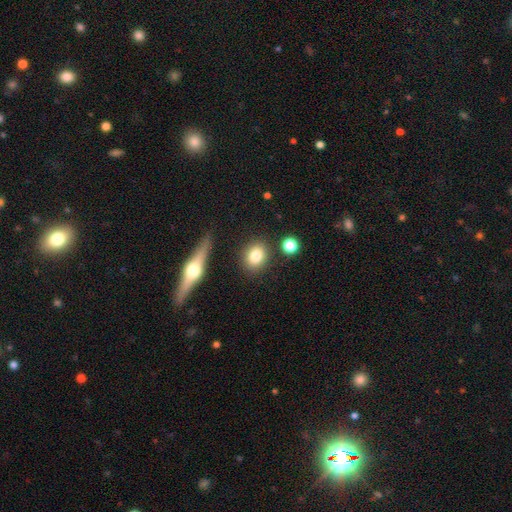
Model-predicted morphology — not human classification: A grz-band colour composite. It shows a smooth galaxy with no disk features (81%) that is round (55%). Merging: none (83%).